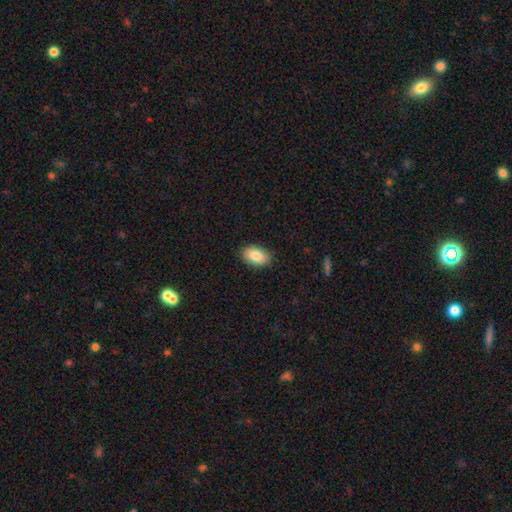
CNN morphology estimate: A smooth galaxy with no disk features (84%) that is in between round and cigar-shaped (93%).

Vote fractions:
- Smooth or featured? smooth: 84% / featured or disk: 9% / star or artifact: 7%
- How rounded? in between: 93% / round: 5% / cigar-shaped: 2%
- Merging? none: 89% / minor disturbance: 8% / major disturbance: 2% / merger: 1%